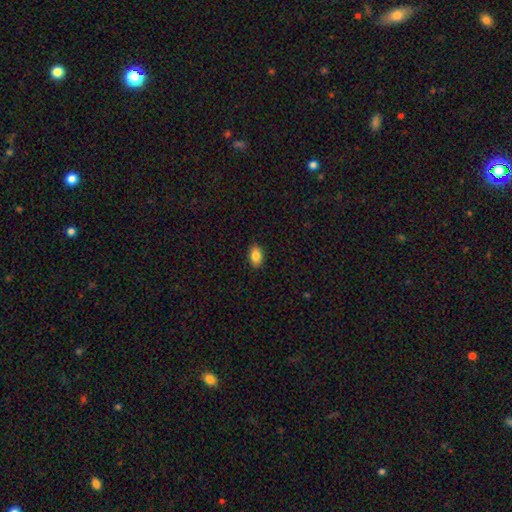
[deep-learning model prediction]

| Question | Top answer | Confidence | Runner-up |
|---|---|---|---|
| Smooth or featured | smooth | 85% | star or artifact (8%) |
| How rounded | in between | 88% | round (10%) |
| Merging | none | 89% | minor disturbance (8%) |